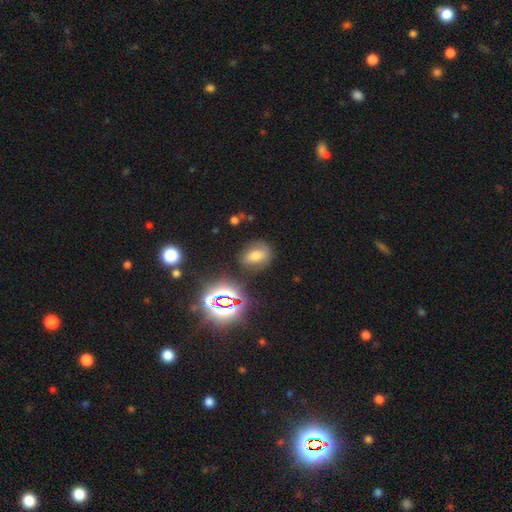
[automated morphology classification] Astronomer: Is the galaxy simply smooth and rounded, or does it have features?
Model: smooth — 54%.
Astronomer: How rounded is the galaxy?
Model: in between — 68%.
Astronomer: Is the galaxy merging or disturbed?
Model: none — 72%.